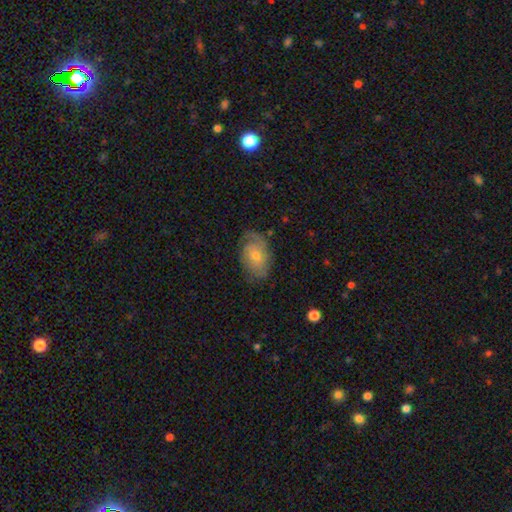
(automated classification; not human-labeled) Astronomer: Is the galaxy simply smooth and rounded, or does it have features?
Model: featured or disk — 57% (runner-up: smooth, 35%).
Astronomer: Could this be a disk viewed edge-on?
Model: no — 94%.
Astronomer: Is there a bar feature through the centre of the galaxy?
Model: no — 74%.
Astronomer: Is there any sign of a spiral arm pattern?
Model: yes — 82%.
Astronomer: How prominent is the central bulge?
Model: small — 59% (runner-up: moderate, 36%).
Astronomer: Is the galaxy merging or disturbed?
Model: none — 68%.